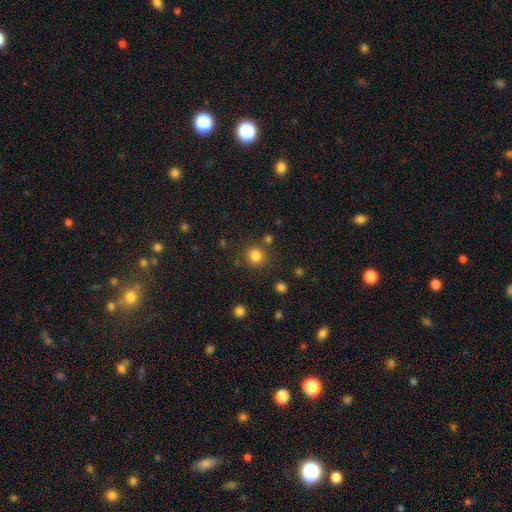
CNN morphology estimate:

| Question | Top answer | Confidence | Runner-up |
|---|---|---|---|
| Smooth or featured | smooth | 82% | star or artifact (13%) |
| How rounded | round | 90% | in between (9%) |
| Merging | none | 82% | minor disturbance (8%) |